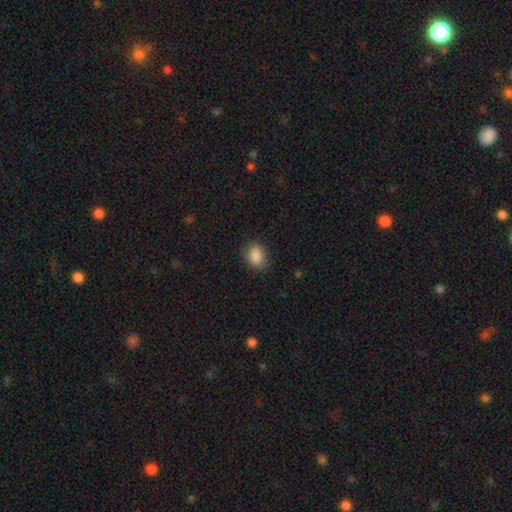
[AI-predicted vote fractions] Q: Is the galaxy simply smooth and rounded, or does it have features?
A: smooth — 88%.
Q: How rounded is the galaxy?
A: in between — 70%.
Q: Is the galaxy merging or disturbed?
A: none — 82%.